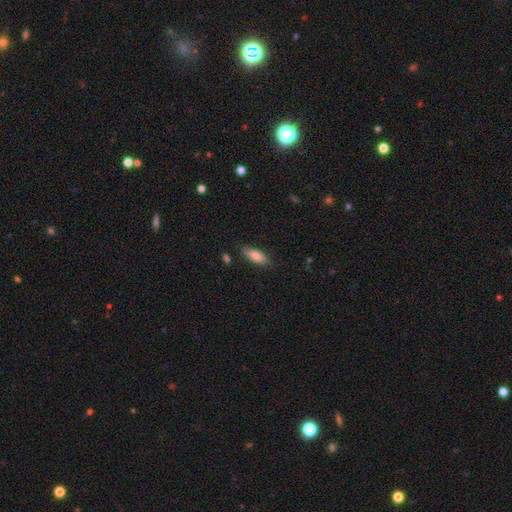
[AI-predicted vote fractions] This appears to be a smooth galaxy with no disk features (80%) that is in between round and cigar-shaped (66%). Merging: none (83%).